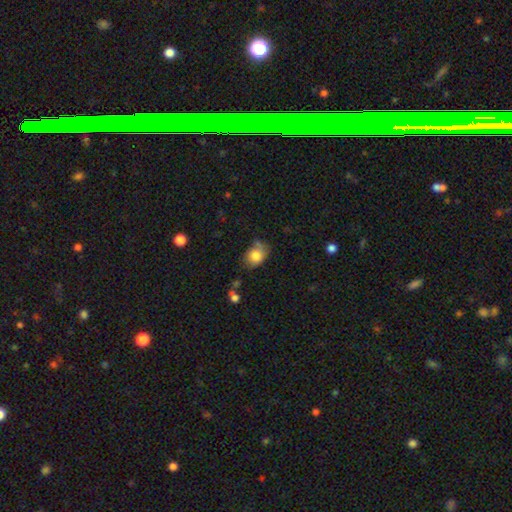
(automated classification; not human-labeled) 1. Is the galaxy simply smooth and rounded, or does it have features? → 80% smooth, 11% featured or disk, 9% star or artifact.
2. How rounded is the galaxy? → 62% in between, 37% round, 1% cigar-shaped.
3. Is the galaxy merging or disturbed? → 54% none, 30% minor disturbance, 10% major disturbance, 6% merger.